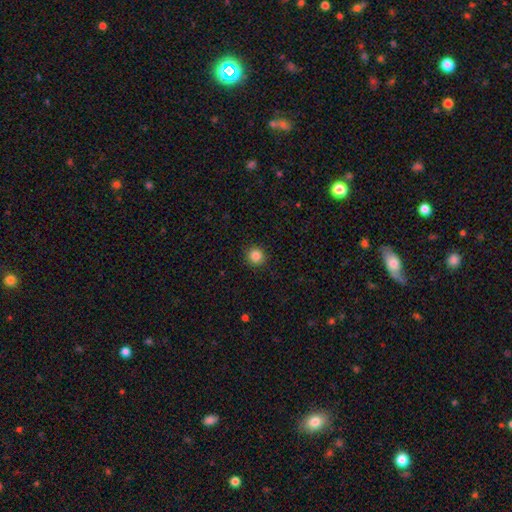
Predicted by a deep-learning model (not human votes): A smooth galaxy with no disk features (85%) that is round (93%). Merging: none (92%).